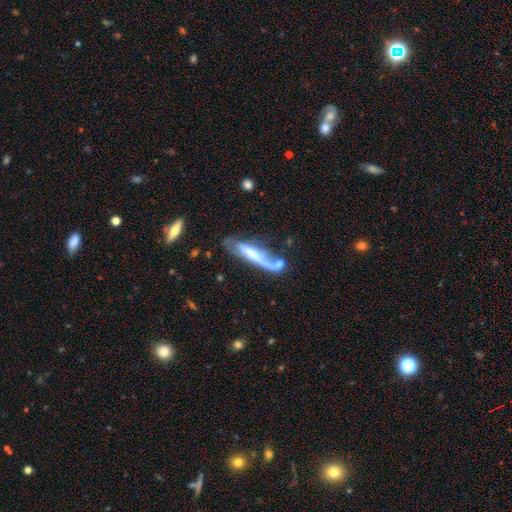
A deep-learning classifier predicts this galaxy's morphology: Q: Smooth or featured?
A: featured or disk (64%); runner-up: smooth (29%)
Q: Edge-on disk?
A: yes (53%); runner-up: no (47%)
Q: Merging?
A: none (36%); runner-up: merger (23%)